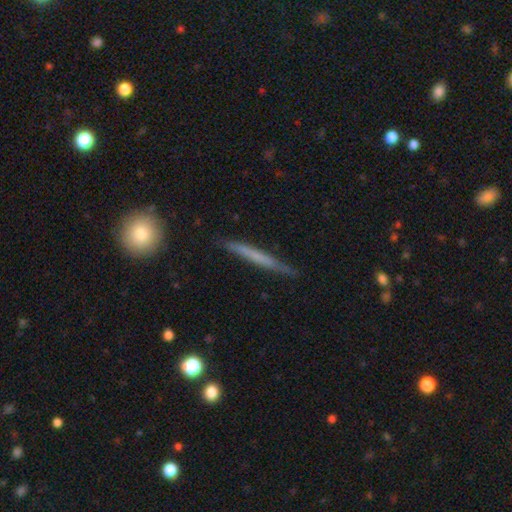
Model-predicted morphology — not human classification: Overall: smooth (50%; featured or disk 44%). How rounded: cigar-shaped (95%). Merging: none (85%).